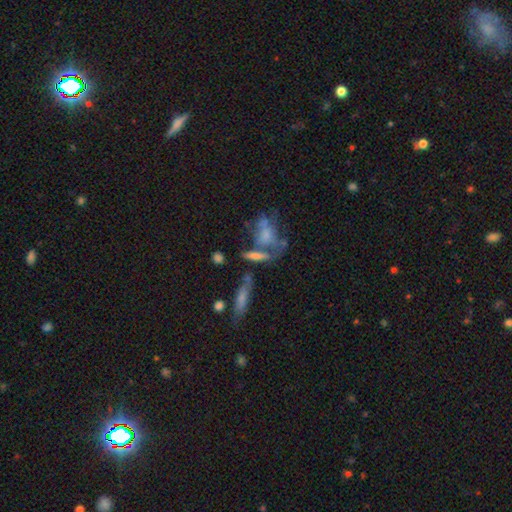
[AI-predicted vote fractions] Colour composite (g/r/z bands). It shows a smooth galaxy with no disk features (51%) that is in between round and cigar-shaped (50%). Merging: none (38%).